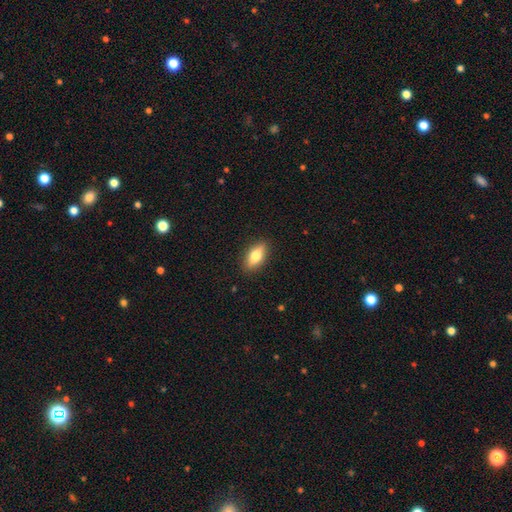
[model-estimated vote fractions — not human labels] Smooth or featured? smooth (69%)
How rounded? in between (78%)
Merging? none (88%)